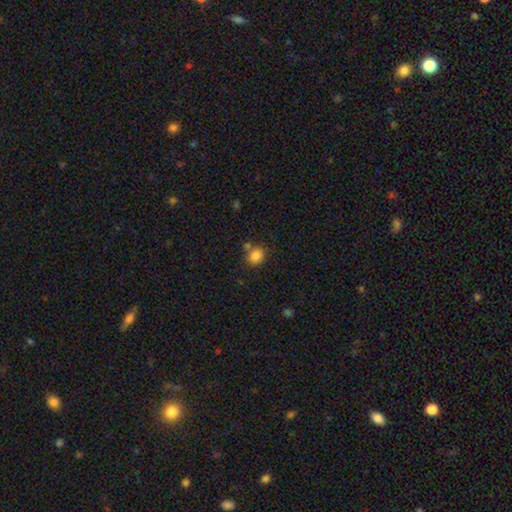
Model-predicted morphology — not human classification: Smooth or featured? Predicted: smooth (p=0.85). How rounded? Predicted: round (p=0.74). Merging? Predicted: none (p=0.73).